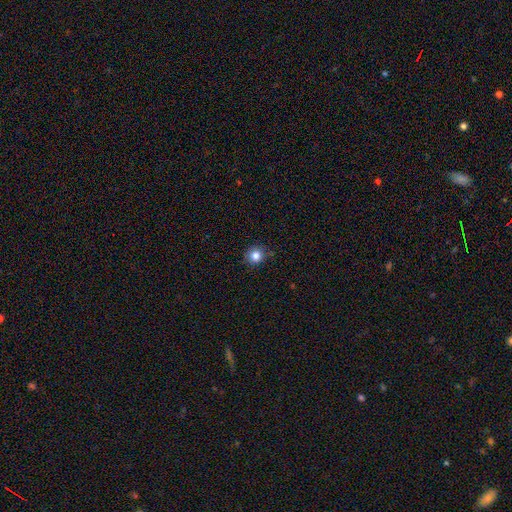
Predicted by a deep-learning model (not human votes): A smooth galaxy with no disk features (83%) that is round (90%). Merging: none (87%).